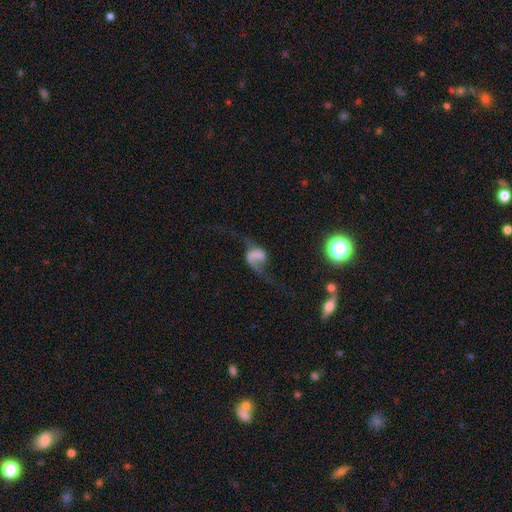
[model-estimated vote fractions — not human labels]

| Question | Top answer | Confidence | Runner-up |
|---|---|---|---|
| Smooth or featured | featured or disk | 67% | smooth (23%) |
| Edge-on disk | no | 97% | yes (3%) |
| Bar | no | 44% | weak (31%) |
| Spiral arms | yes | 83% | no (17%) |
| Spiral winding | loose | 84% | medium (12%) |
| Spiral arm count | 2 | 70% | 1 (25%) |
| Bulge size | none | 66% | small (11%) |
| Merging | major disturbance | 41% | none (36%) |